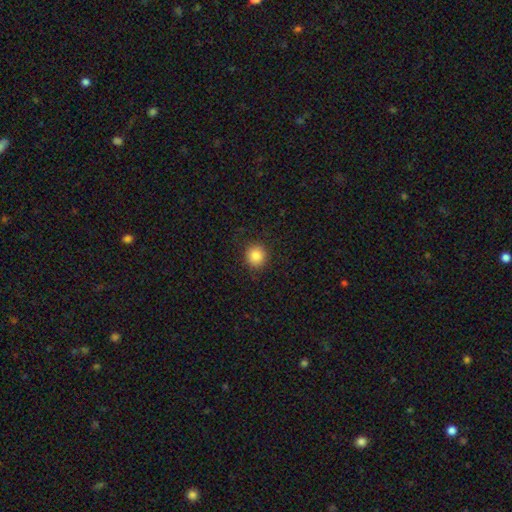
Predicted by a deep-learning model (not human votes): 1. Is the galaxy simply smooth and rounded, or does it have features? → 85% smooth, 10% star or artifact, 5% featured or disk.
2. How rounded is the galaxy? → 92% round, 7% in between, 1% cigar-shaped.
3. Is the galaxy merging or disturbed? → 90% none, 7% minor disturbance, 2% major disturbance, 1% merger.